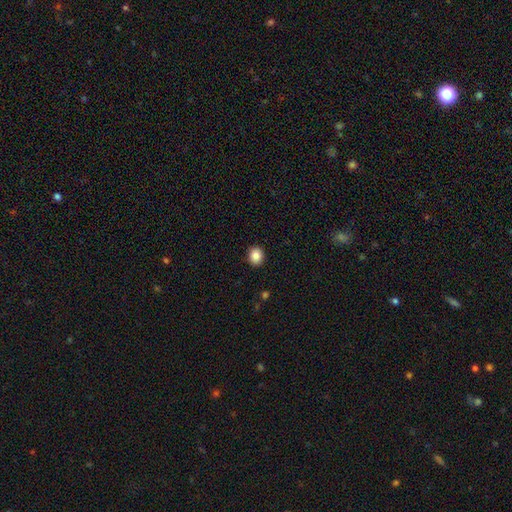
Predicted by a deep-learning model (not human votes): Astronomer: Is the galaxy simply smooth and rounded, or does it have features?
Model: smooth — 86%.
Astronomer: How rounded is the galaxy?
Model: round — 71%.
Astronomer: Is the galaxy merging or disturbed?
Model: none — 91%.